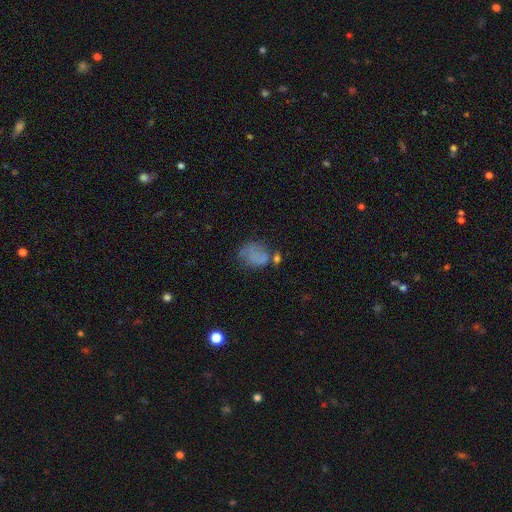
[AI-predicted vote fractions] smooth-or-featured: smooth: 60% | featured or disk: 25% | star or artifact: 15%
  how-rounded: in between: 59% | round: 39% | cigar-shaped: 1%
  merging: none: 35% | major disturbance: 26% | minor disturbance: 26% | merger: 14%